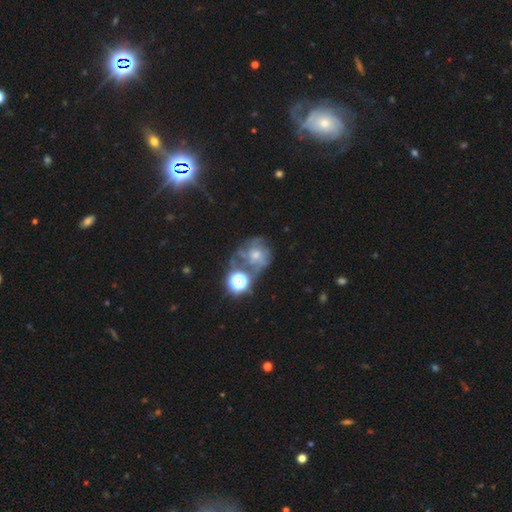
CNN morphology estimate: Overall: featured or disk (56%; smooth 24%). Edge-on disk: no (97%). Bar: no (79%). Spiral arms: yes (66%; no 34%). Bulge size: moderate (43%; small 40%). Merging: none (40%; major disturbance 26%).